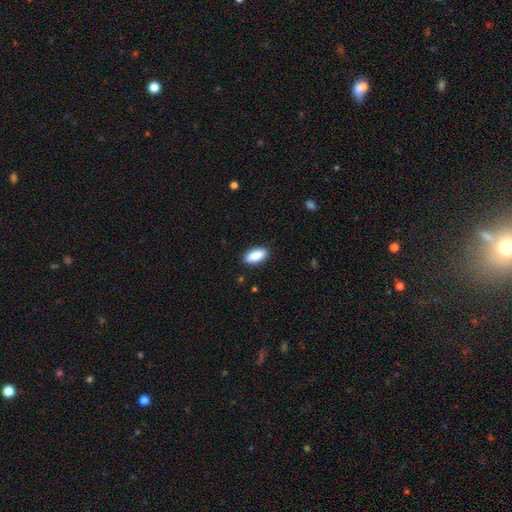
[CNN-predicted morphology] Smooth or featured: smooth — 89% (star or artifact — 6%)
How rounded: in between — 88% (cigar-shaped — 9%)
Merging: none — 88% (minor disturbance — 9%)